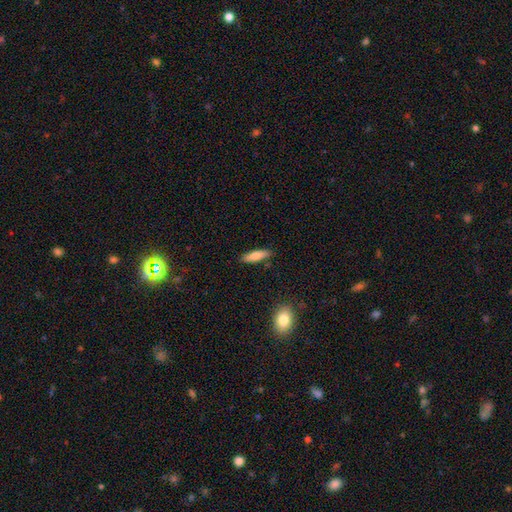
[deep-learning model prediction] Smooth or featured? Predicted: smooth (p=0.76). How rounded? Predicted: cigar-shaped (p=0.59). Merging? Predicted: none (p=0.86).